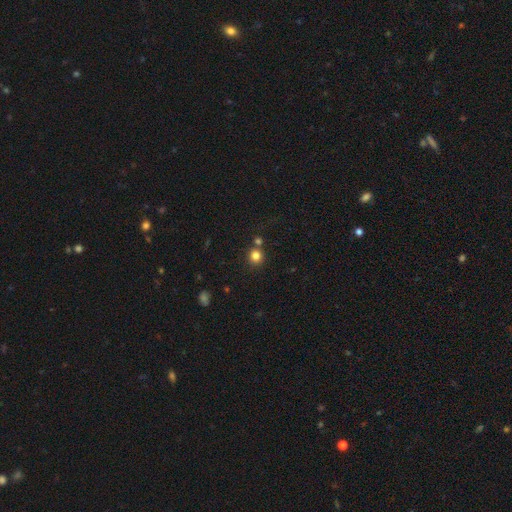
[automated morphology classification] A smooth galaxy with no disk features (82%) that is round (90%).

Vote fractions:
- Smooth or featured? smooth: 82% / star or artifact: 13% / featured or disk: 6%
- How rounded? round: 90% / in between: 9% / cigar-shaped: 1%
- Merging? none: 73% / merger: 16% / minor disturbance: 8% / major disturbance: 3%